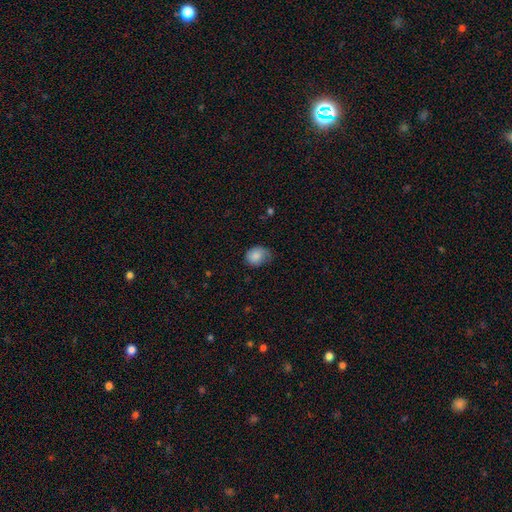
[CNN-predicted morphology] Smooth or featured? Predicted: smooth (p=0.82). How rounded? Predicted: round (p=0.53). Merging? Predicted: none (p=0.50).